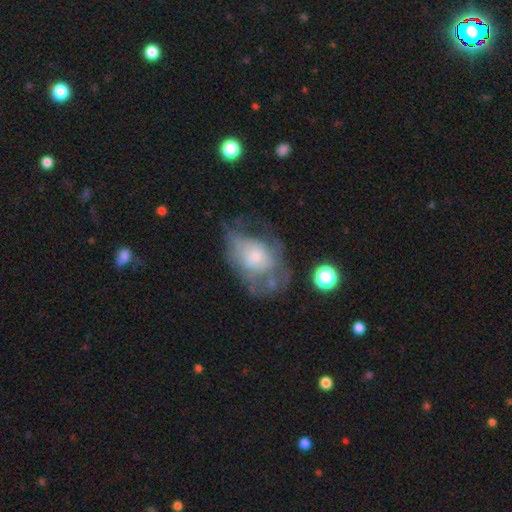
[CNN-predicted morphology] Smooth or featured: featured or disk — 51% (smooth — 40%)
Edge-on disk: no — 95% (yes — 5%)
Merging: major disturbance — 35% (none — 34%)